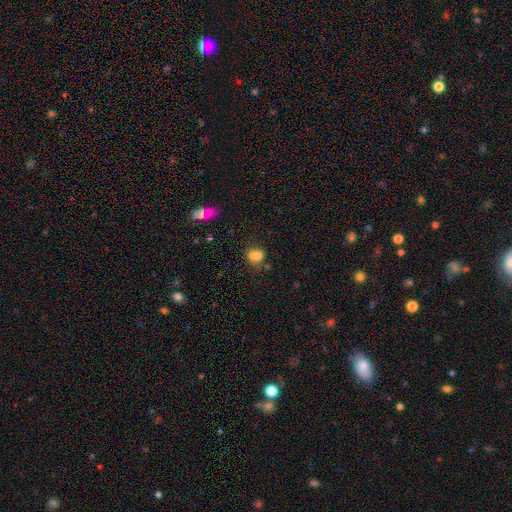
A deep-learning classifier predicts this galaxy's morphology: This appears to be a smooth galaxy with no disk features (74%) that is round (51%). Merging: merger (43%).